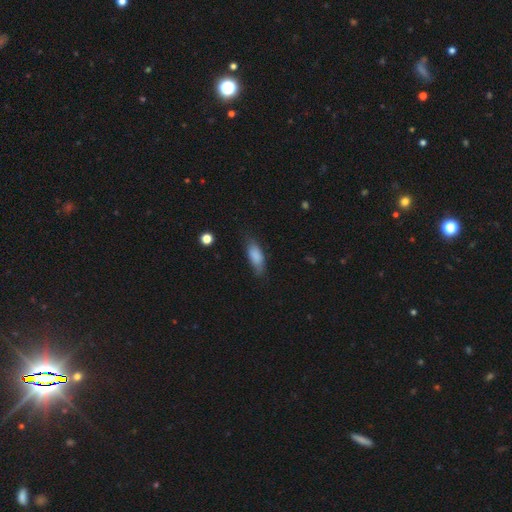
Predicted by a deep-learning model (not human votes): Morphology: type=smooth (83%); roundness=in between (77%); merging=none (69%).